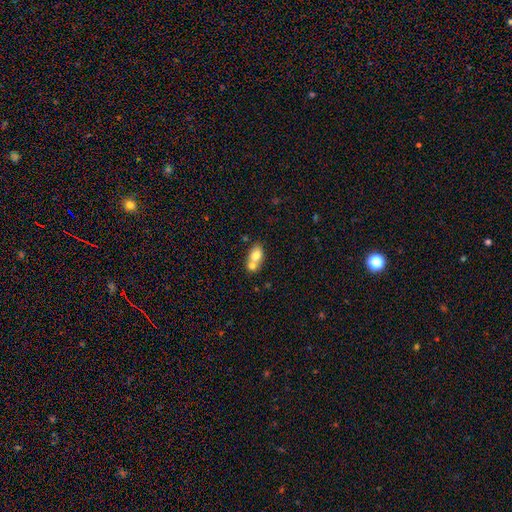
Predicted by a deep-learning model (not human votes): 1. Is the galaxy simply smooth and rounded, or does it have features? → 75% smooth, 16% featured or disk, 9% star or artifact.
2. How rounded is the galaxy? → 72% in between, 25% round, 3% cigar-shaped.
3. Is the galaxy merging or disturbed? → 60% merger, 29% none, 8% minor disturbance, 3% major disturbance.